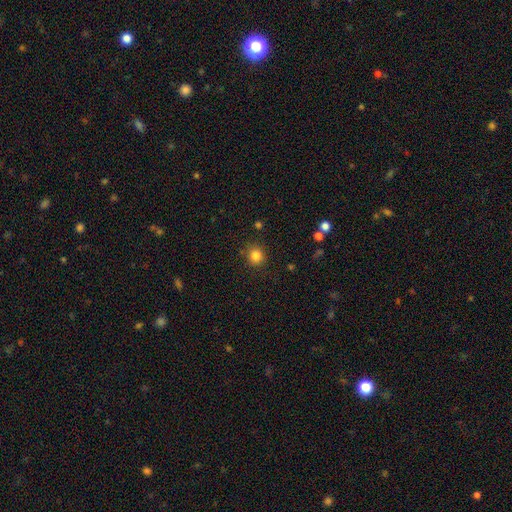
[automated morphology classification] This appears to be a smooth galaxy with no disk features (83%) that is round (90%). Merging: none (86%).